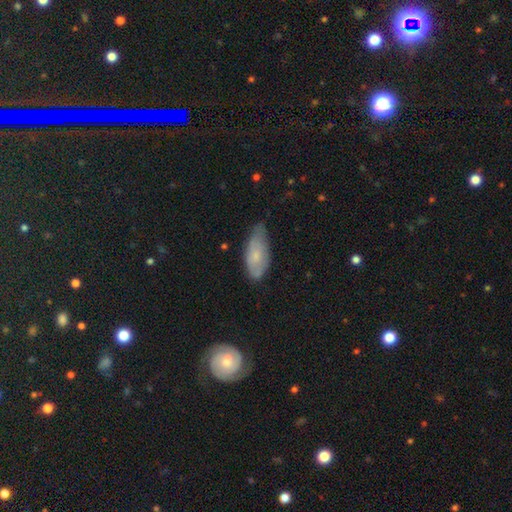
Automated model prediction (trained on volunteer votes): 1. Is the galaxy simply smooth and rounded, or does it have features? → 64% smooth, 29% featured or disk, 7% star or artifact.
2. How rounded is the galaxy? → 81% in between, 17% cigar-shaped, 2% round.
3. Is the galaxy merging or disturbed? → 55% none, 36% minor disturbance, 7% major disturbance, 2% merger.